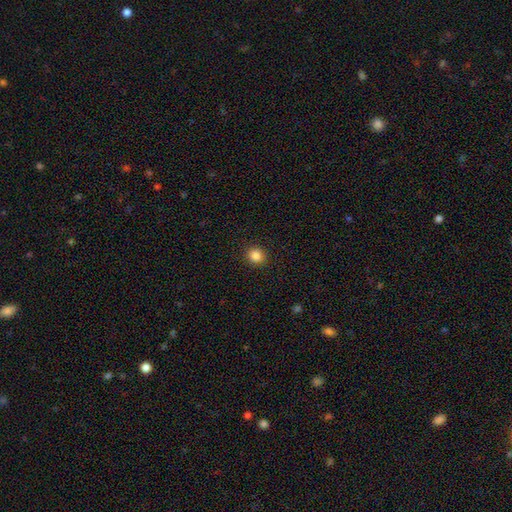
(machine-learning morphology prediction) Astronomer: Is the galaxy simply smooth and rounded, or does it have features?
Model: smooth — 86%.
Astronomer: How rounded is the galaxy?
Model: round — 88%.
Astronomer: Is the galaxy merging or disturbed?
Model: none — 92%.